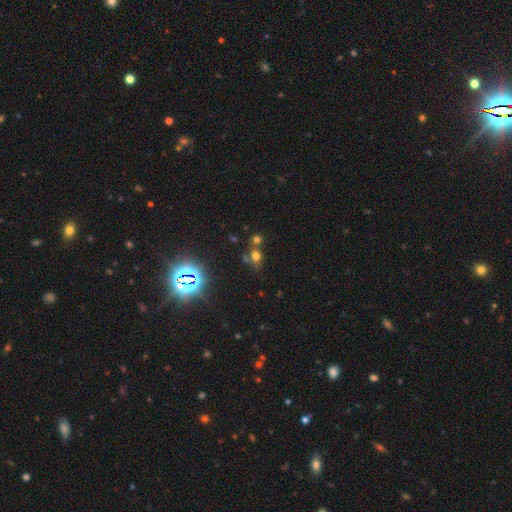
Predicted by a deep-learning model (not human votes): smooth_or_featured: smooth (p=0.56) [alt: star or artifact p=0.31]
how_rounded: round (p=0.57) [alt: in between p=0.39]
merging: none (p=0.51) [alt: merger p=0.31]